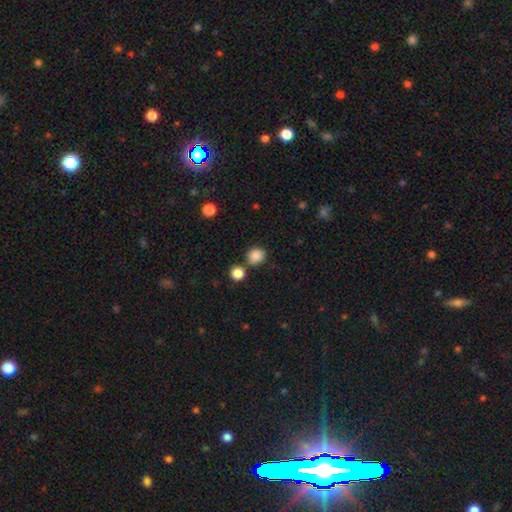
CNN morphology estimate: type=smooth (86%); roundness=round (78%); merging=none (72%).